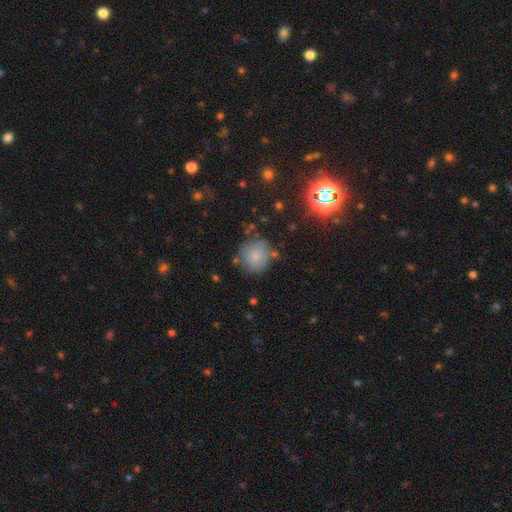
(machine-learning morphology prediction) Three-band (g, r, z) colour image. It shows a smooth galaxy with no disk features (77%) that is round (86%). Merging: none (71%).